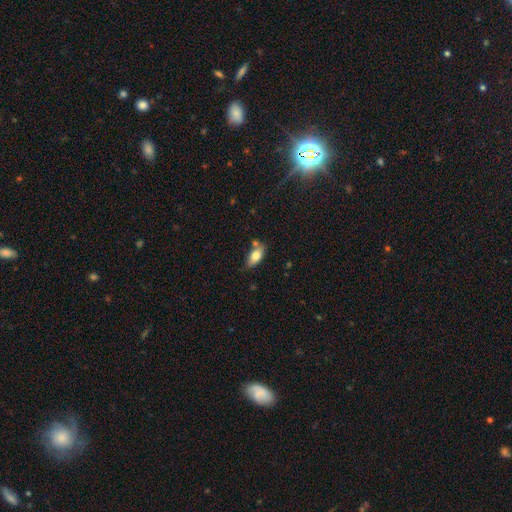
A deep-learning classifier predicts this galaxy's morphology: type=smooth (74%); roundness=in between (86%); merging=none (65%).